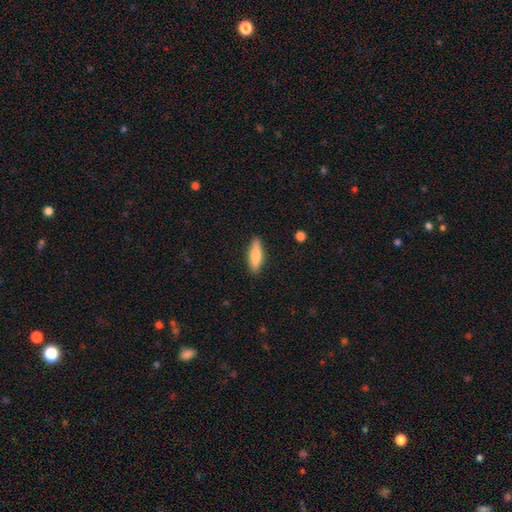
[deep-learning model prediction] A smooth galaxy with no disk features (78%) that is cigar-shaped (53%).

Vote fractions:
- Smooth or featured? smooth: 78% / featured or disk: 16% / star or artifact: 6%
- How rounded? cigar-shaped: 53% / in between: 45% / round: 2%
- Merging? none: 88% / minor disturbance: 9% / major disturbance: 2% / merger: 1%